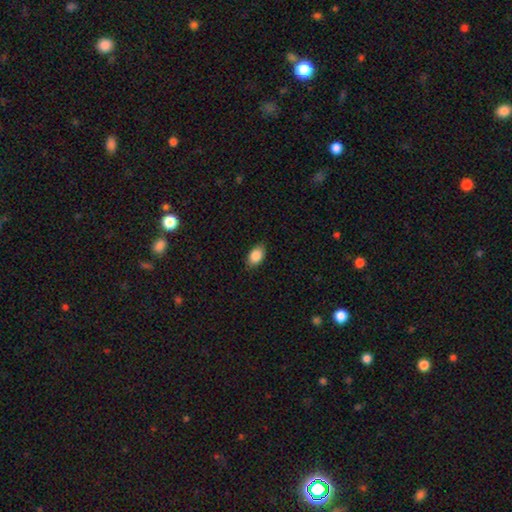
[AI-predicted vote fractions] Overall: smooth (87%). How rounded: in between (88%). Merging: none (81%).